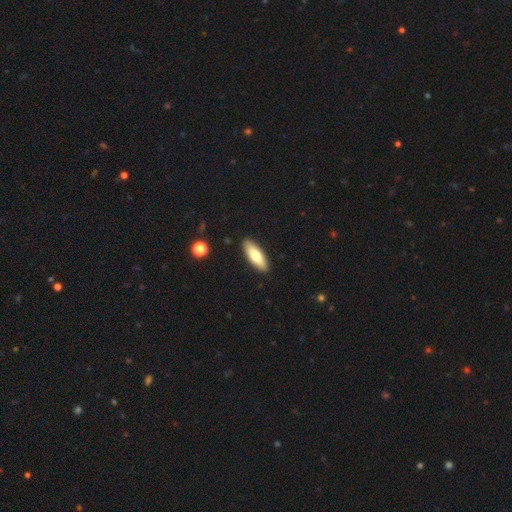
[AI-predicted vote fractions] Smooth or featured? Predicted: smooth (p=0.74). How rounded? Predicted: in between (p=0.63). Merging? Predicted: none (p=0.90).